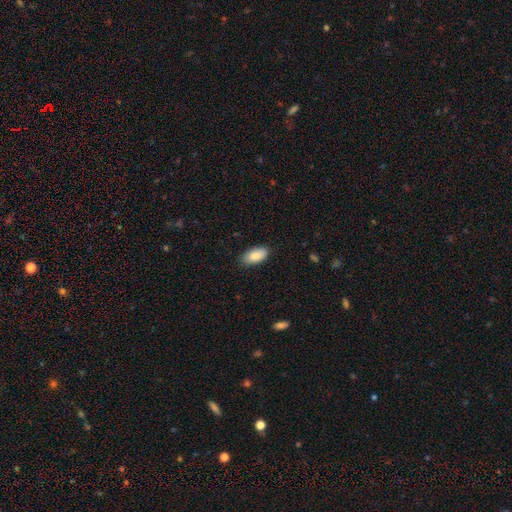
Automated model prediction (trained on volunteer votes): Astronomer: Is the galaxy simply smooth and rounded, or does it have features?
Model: smooth — 85%.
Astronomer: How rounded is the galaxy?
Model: in between — 93%.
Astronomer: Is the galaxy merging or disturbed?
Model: none — 84%.